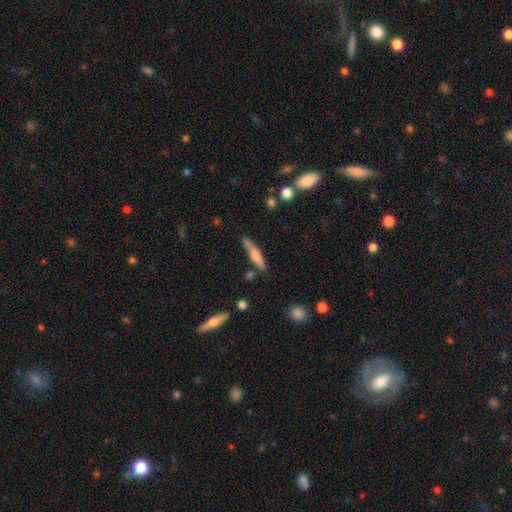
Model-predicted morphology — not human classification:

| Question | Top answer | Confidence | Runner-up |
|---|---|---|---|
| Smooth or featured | smooth | 67% | featured or disk (27%) |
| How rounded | cigar-shaped | 86% | in between (12%) |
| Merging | none | 68% | minor disturbance (21%) |